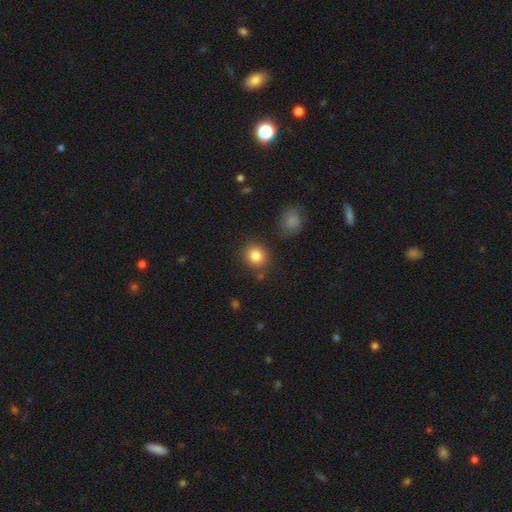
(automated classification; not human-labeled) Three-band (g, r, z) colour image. It shows a smooth galaxy with no disk features (84%) that is round (81%). Merging: none (83%).